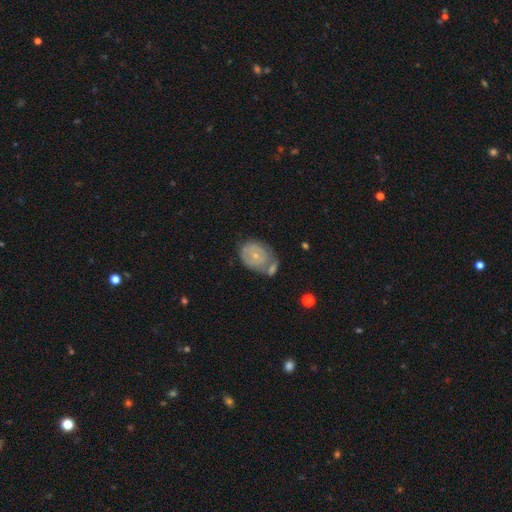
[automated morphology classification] Smooth or featured? featured or disk (53%)
Edge-on disk? no (96%)
Bar? no (82%)
Spiral arms? yes (54%)
Bulge size? small (69%)
Merging? none (39%)